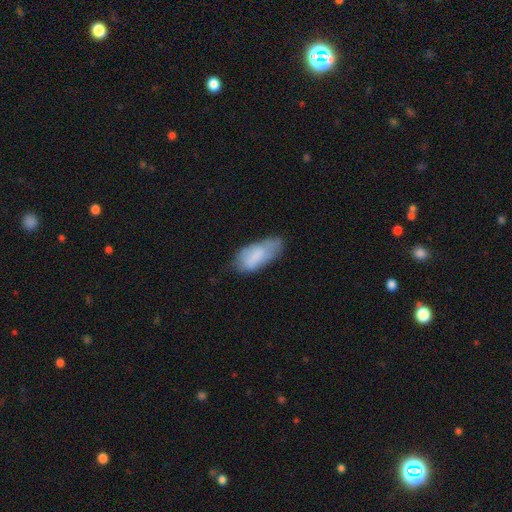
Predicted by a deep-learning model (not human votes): Smooth or featured? smooth (74%)
How rounded? in between (89%)
Merging? none (47%)